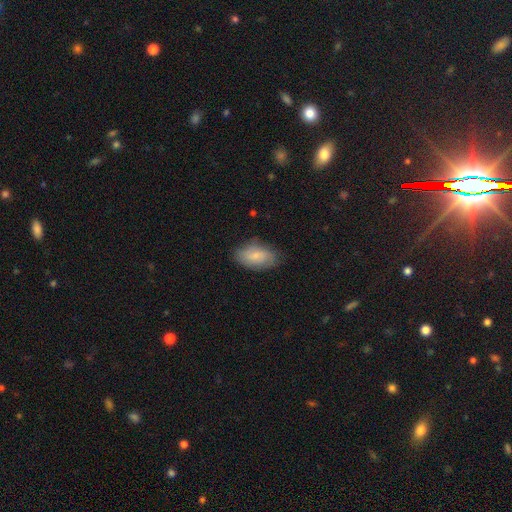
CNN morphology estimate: smooth_or_featured: smooth (p=0.76) [alt: featured or disk p=0.18]
how_rounded: in between (p=0.93) [alt: round p=0.05]
merging: none (p=0.77) [alt: minor disturbance p=0.18]